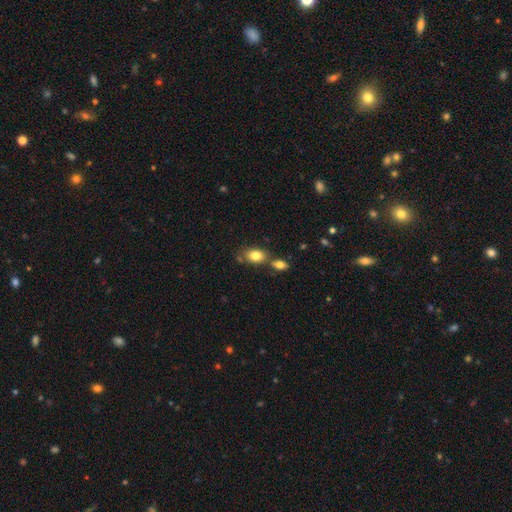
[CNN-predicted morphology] Smooth or featured: smooth — 82% (featured or disk — 10%)
How rounded: in between — 78% (round — 20%)
Merging: none — 55% (merger — 28%)